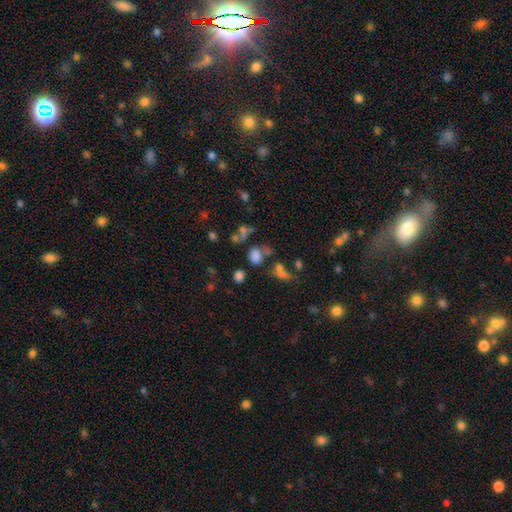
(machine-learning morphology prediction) Overall: smooth (71%). How rounded: in between (50%; round 49%). Merging: none (51%; merger 24%).